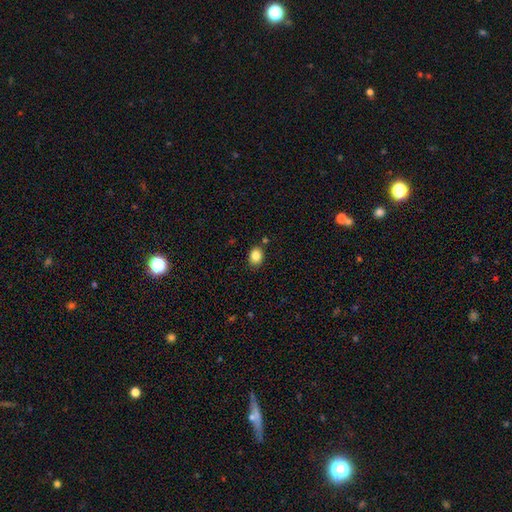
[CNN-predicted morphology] A smooth galaxy with no disk features (85%) that is in between round and cigar-shaped (52%).

Vote fractions:
- Smooth or featured? smooth: 85% / star or artifact: 10% / featured or disk: 5%
- How rounded? in between: 52% / round: 47% / cigar-shaped: 1%
- Merging? none: 83% / minor disturbance: 10% / merger: 4% / major disturbance: 2%